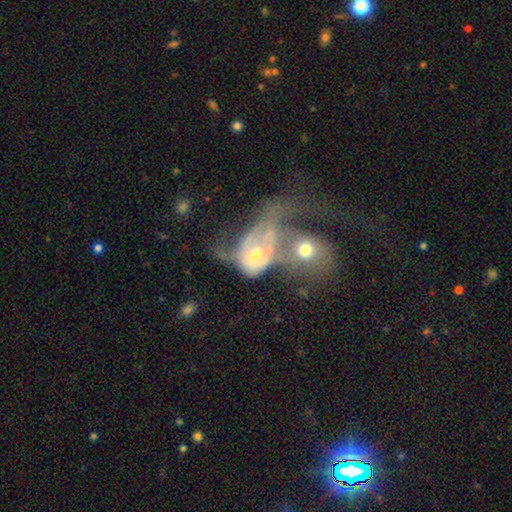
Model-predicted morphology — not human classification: type=featured or disk (57%); edge-on=no (95%); bar=no (76%); spiral arms=yes (52%); bulge=moderate (60%); merging=merger (71%).